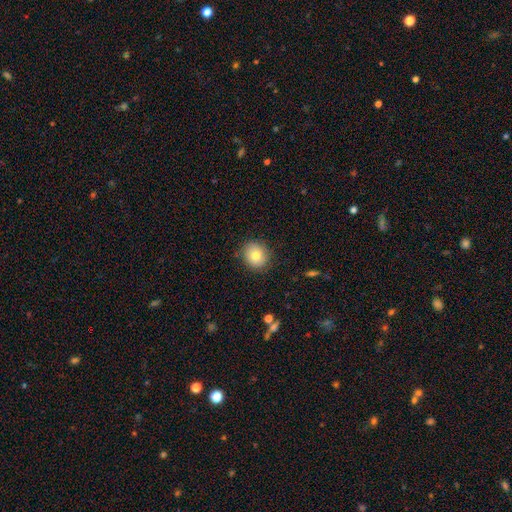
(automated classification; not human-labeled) Smooth or featured?
  - smooth: 77% *
  - featured or disk: 14%
  - star or artifact: 10%
How rounded?
  - round: 83% *
  - in between: 16%
  - cigar-shaped: 1%
Merging?
  - none: 84% *
  - minor disturbance: 12%
  - major disturbance: 3%
  - merger: 1%